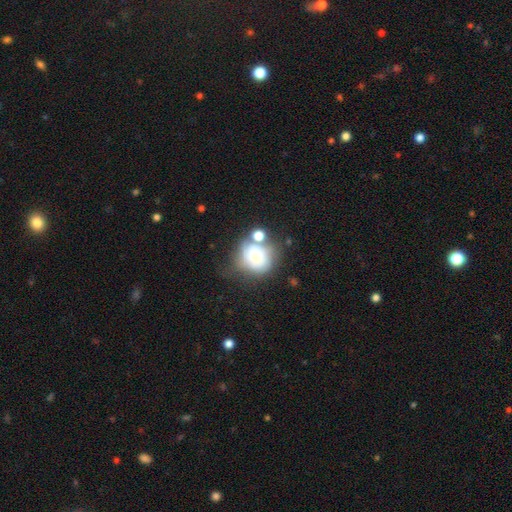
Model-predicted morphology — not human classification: smooth-or-featured: smooth: 50% | featured or disk: 39% | star or artifact: 11%
  how-rounded: round: 76% | in between: 23% | cigar-shaped: 1%
  merging: none: 37% | merger: 27% | minor disturbance: 20% | major disturbance: 16%